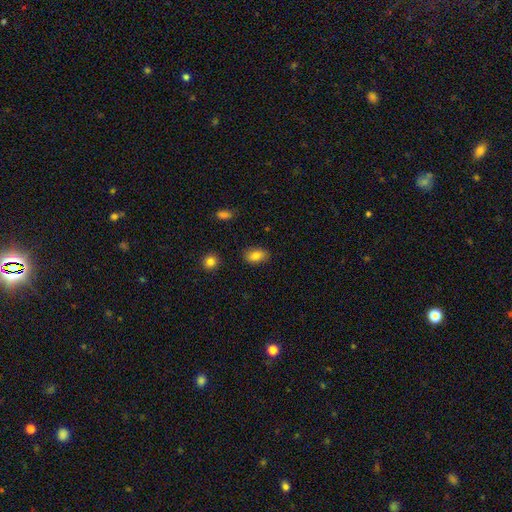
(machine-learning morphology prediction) type=smooth (82%); roundness=in between (86%); merging=none (84%).